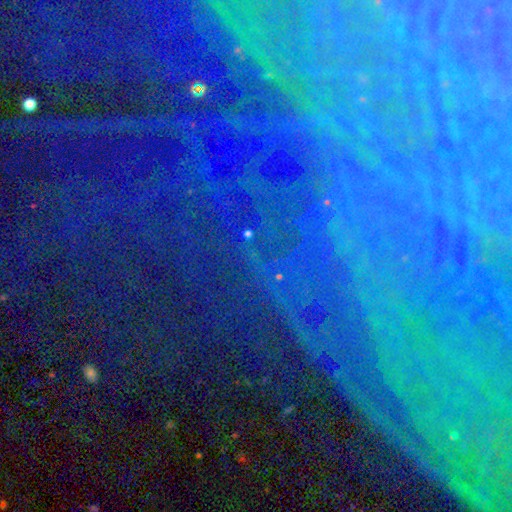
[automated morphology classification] Smooth or featured?
  - star or artifact: 83% *
  - featured or disk: 9%
  - smooth: 8%